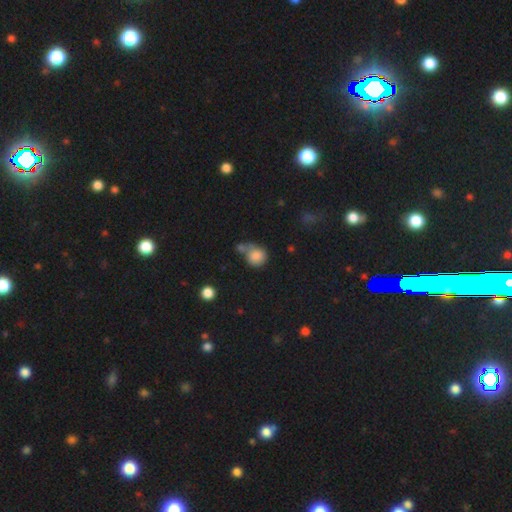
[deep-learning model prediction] smooth 83%, star or artifact 10%, featured or disk 8%. Down the decision tree: how rounded — round (81%); merging — none (44%).